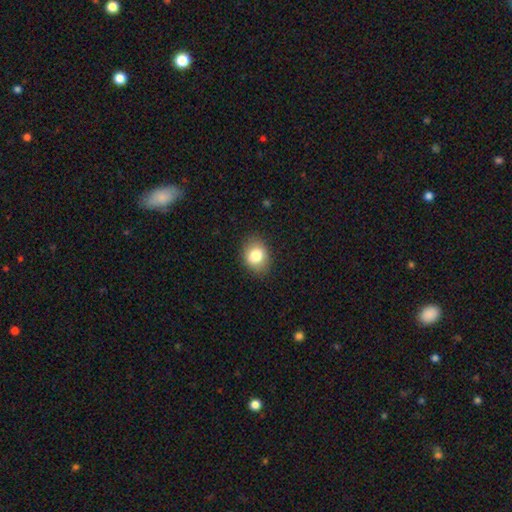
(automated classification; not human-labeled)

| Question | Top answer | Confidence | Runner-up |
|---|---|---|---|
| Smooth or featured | smooth | 81% | featured or disk (10%) |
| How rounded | in between | 54% | round (45%) |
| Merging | none | 86% | minor disturbance (11%) |